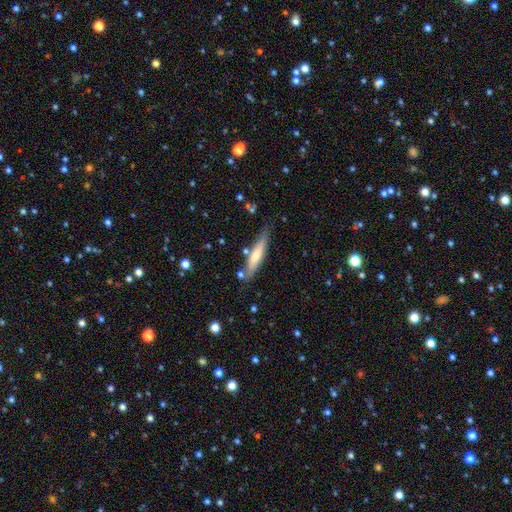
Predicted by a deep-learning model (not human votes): This appears to be a smooth galaxy with no disk features (66%) that is cigar-shaped (84%). Merging: none (74%).